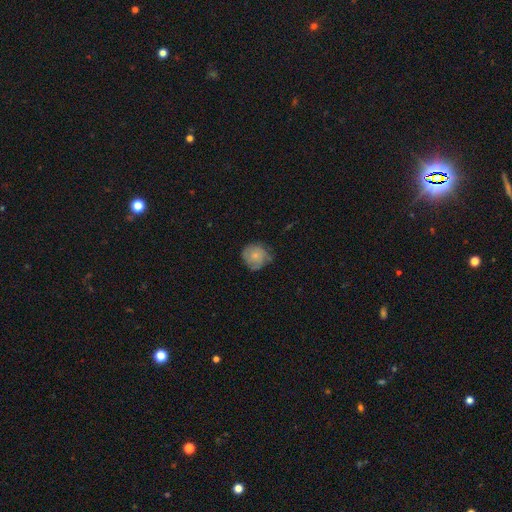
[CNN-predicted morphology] A smooth galaxy with no disk features (67%) that is round (87%). Merging: none (61%).